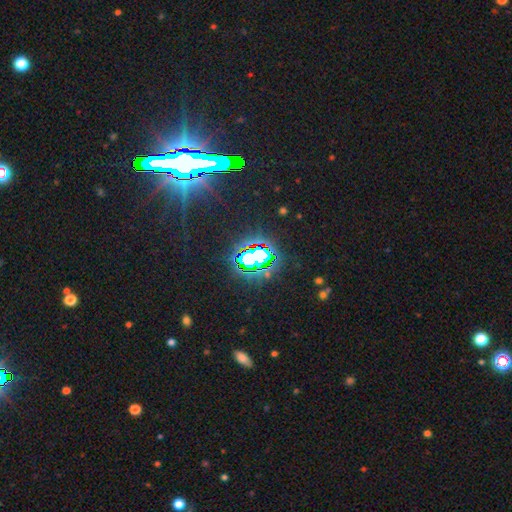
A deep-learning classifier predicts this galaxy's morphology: smooth-or-featured: star or artifact: 69% | smooth: 19% | featured or disk: 11%